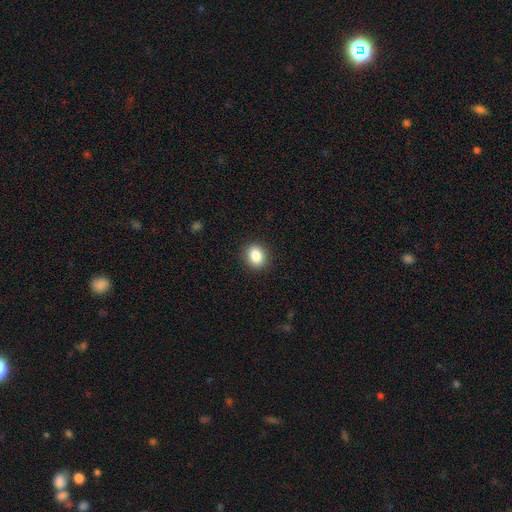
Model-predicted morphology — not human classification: Smooth or featured? Predicted: smooth (p=0.86). How rounded? Predicted: round (p=0.52). Merging? Predicted: none (p=0.90).